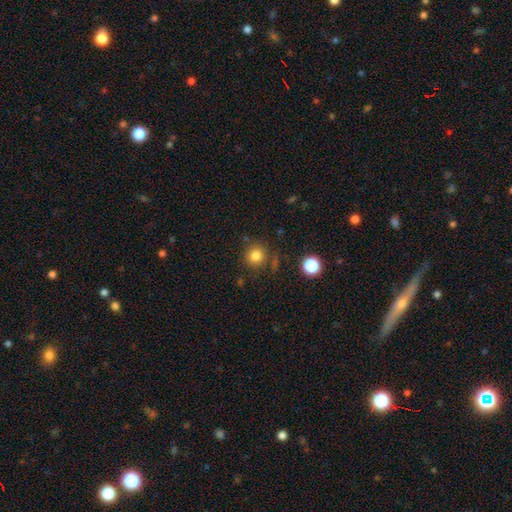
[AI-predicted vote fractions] The model was most divided on "smooth or featured": smooth: 81%, star or artifact: 13%, featured or disk: 7%. More confident: how rounded — round (91%); merging — none (81%).